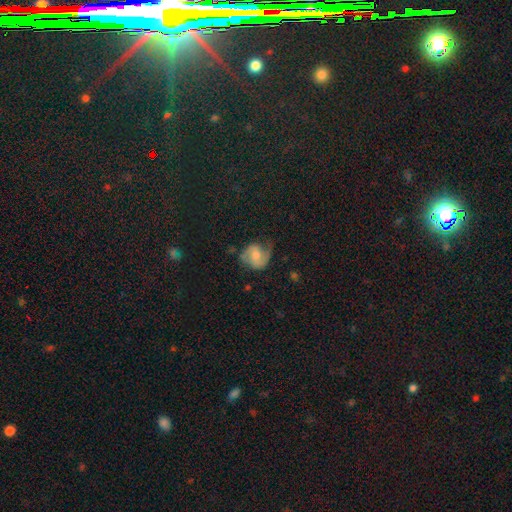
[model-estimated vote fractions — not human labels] Morphology: type=featured or disk (66%); edge-on=no (97%); bar=no (54%); spiral arms=yes (92%); winding=medium (48%); arm count=2 (77%); bulge=moderate (50%); merging=none (58%).